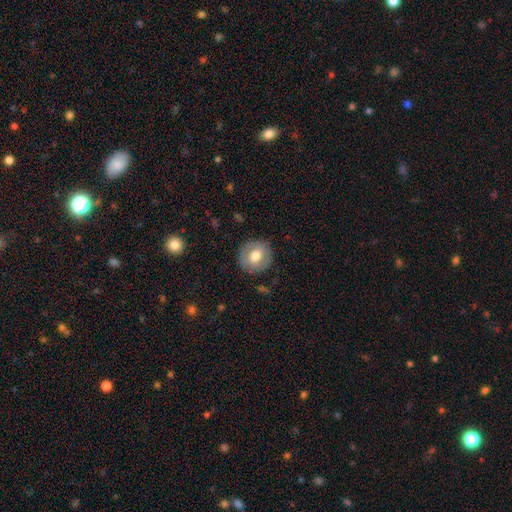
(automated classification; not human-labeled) A smooth galaxy with no disk features (63%) that is round (88%). Merging: none (86%).